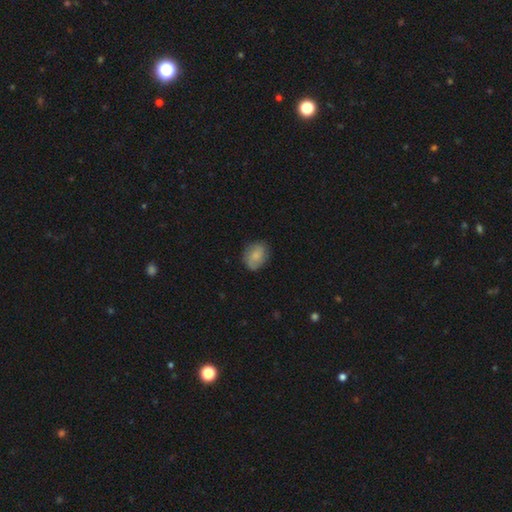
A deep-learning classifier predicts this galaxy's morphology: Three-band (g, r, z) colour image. It shows a smooth galaxy with no disk features (79%) that is in between round and cigar-shaped (56%). Merging: none (77%).